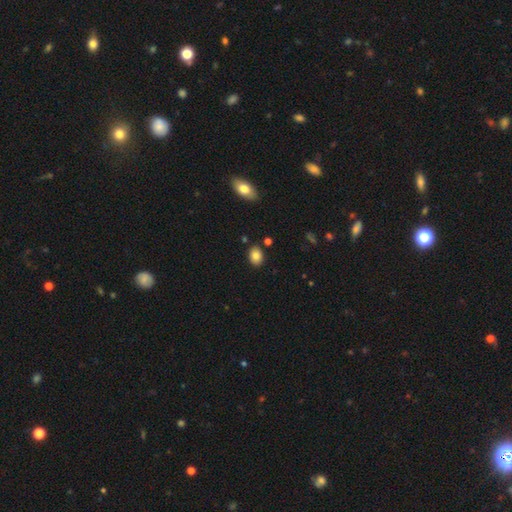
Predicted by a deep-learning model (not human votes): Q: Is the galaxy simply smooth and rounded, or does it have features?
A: smooth — 84%.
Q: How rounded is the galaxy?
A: in between — 74%.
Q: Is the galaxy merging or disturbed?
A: none — 85%.